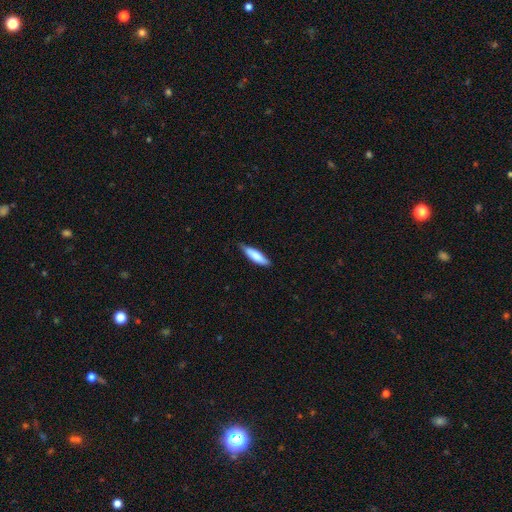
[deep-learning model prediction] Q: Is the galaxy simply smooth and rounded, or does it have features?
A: smooth — 78%.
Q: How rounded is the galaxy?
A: cigar-shaped — 69%.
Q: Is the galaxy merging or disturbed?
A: none — 79%.